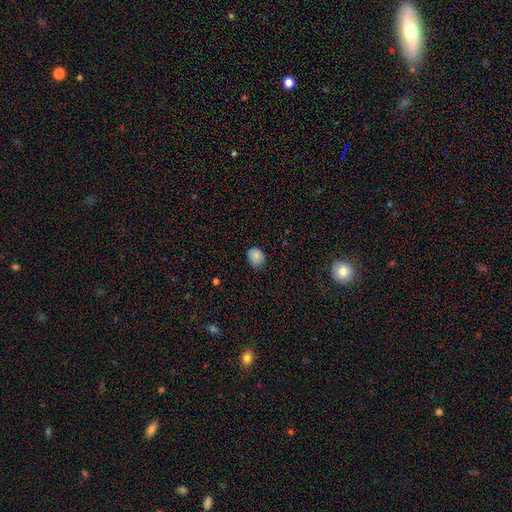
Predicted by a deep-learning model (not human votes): A smooth galaxy with no disk features (84%) that is round (66%).

Vote fractions:
- Smooth or featured? smooth: 84% / star or artifact: 10% / featured or disk: 6%
- How rounded? round: 66% / in between: 33% / cigar-shaped: 1%
- Merging? none: 75% / minor disturbance: 21% / major disturbance: 3% / merger: 1%